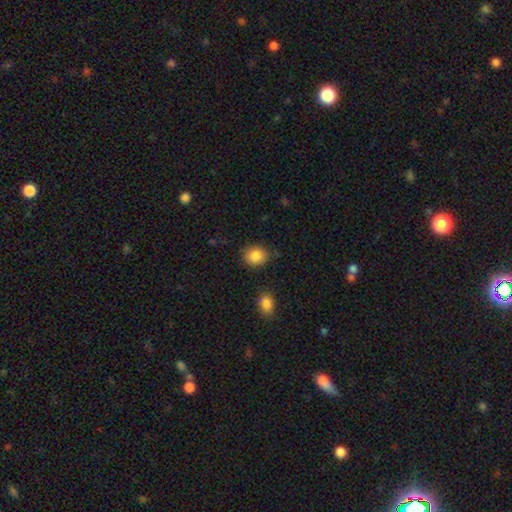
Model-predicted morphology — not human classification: The model was most divided on "how rounded": round: 71%, in between: 28%, cigar-shaped: 1%. More confident: smooth or featured — smooth (87%); merging — none (81%).